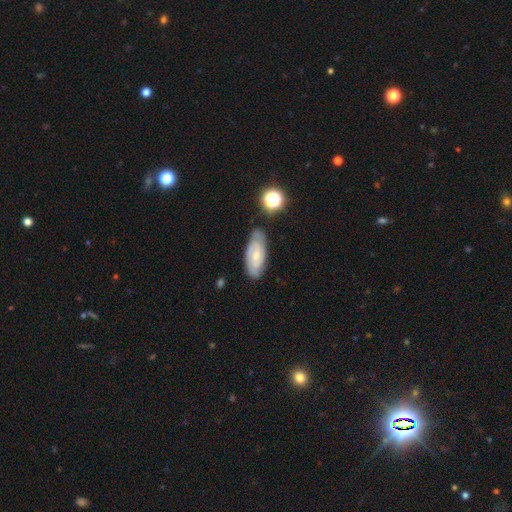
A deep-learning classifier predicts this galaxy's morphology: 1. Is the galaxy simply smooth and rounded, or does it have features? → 64% featured or disk, 29% smooth, 8% star or artifact.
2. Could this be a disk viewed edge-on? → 91% no, 9% yes.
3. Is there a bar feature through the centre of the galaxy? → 58% no, 35% weak, 7% strong.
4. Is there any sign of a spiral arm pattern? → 86% yes, 14% no.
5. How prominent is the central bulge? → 60% small, 33% moderate, 4% none, 2% large, 1% dominant.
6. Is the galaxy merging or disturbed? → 72% none, 20% minor disturbance, 5% major disturbance, 3% merger.